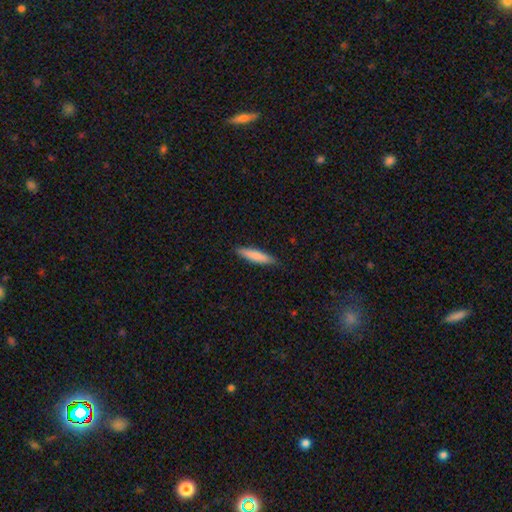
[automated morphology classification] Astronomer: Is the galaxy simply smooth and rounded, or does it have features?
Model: smooth — 79%.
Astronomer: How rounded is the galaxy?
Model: cigar-shaped — 86%.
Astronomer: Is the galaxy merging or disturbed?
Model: none — 86%.